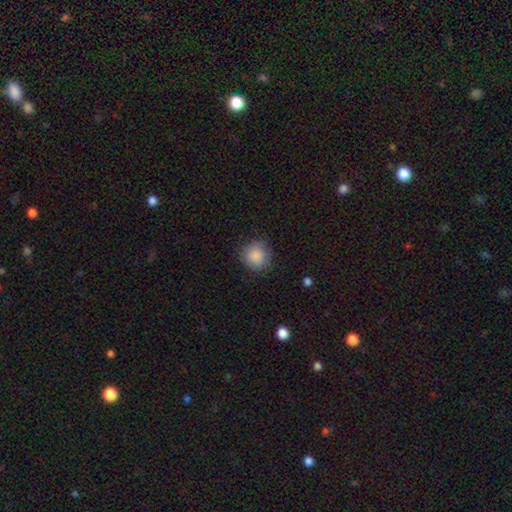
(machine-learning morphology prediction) Smooth or featured?
  - smooth: 88% *
  - star or artifact: 8%
  - featured or disk: 4%
How rounded?
  - round: 91% *
  - in between: 8%
  - cigar-shaped: 1%
Merging?
  - none: 84% *
  - minor disturbance: 12%
  - major disturbance: 3%
  - merger: 1%